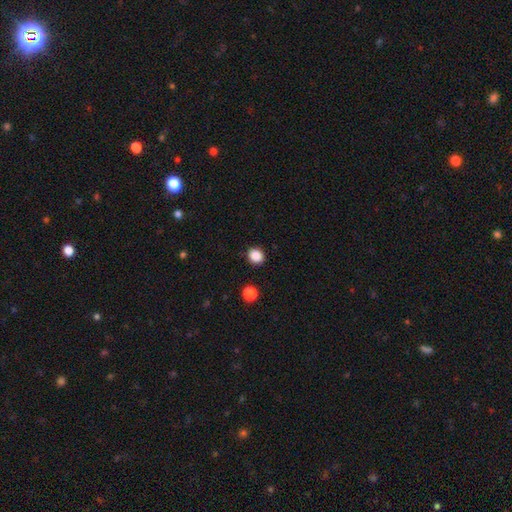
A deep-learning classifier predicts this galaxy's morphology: smooth 87%, star or artifact 10%, featured or disk 3%. Down the decision tree: how rounded — round (72%); merging — none (89%).